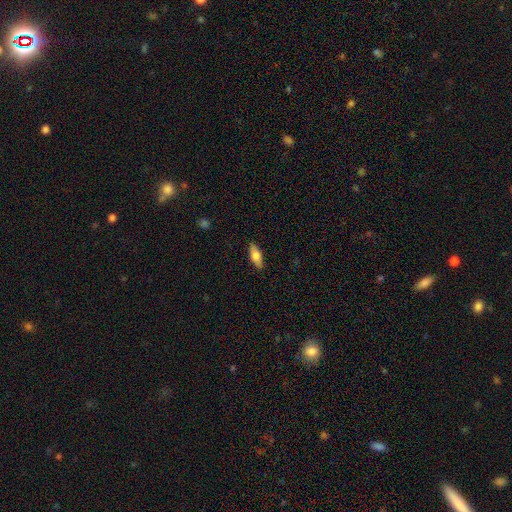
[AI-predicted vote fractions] Morphology: type=smooth (70%); roundness=in between (69%); merging=none (88%).